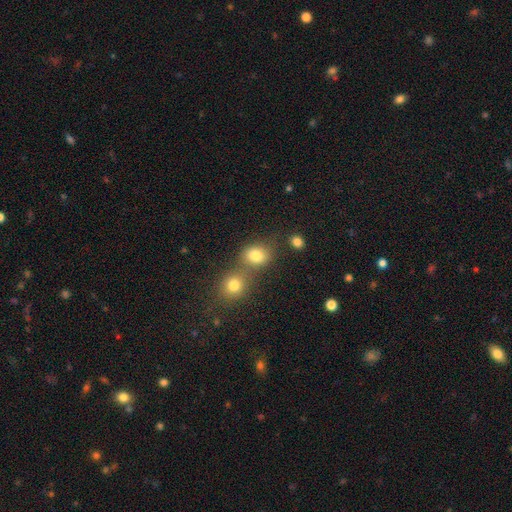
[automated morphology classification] type=smooth (80%); roundness=round (64%); merging=none (46%).